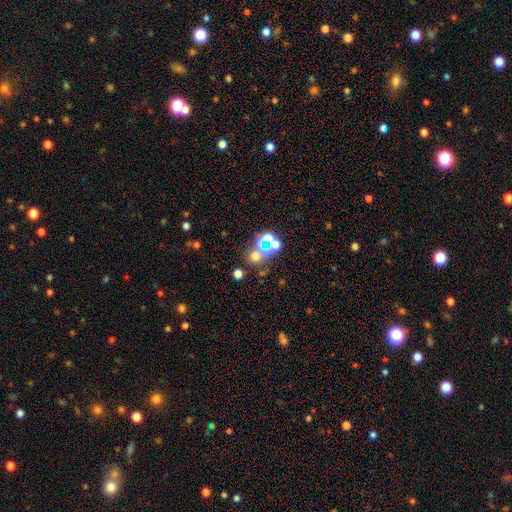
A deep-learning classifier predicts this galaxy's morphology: Smooth or featured? smooth (48%)
Merging? none (58%)